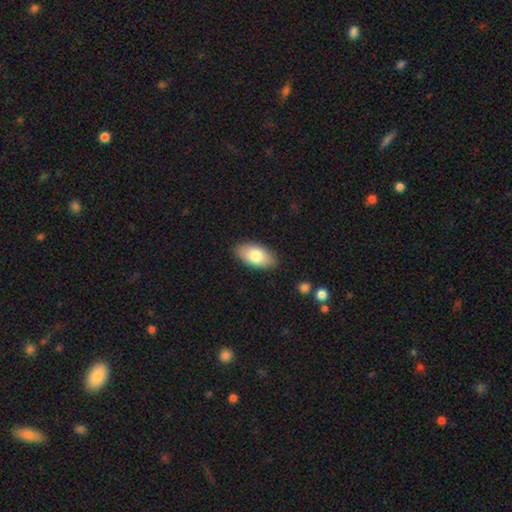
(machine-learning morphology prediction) A smooth galaxy with no disk features (79%) that is in between round and cigar-shaped (93%). Merging: none (87%).